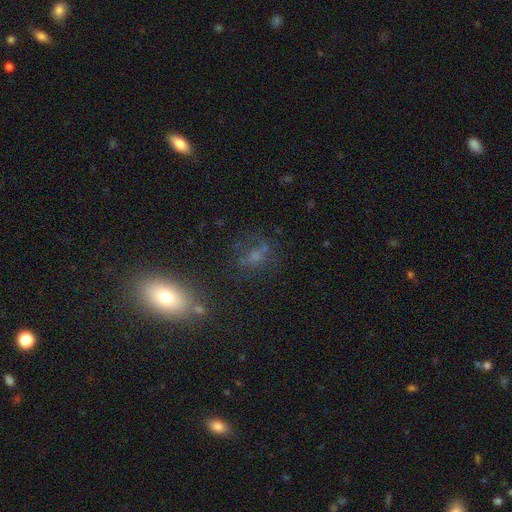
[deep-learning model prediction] Morphology: type=smooth (45%); merging=none (55%).